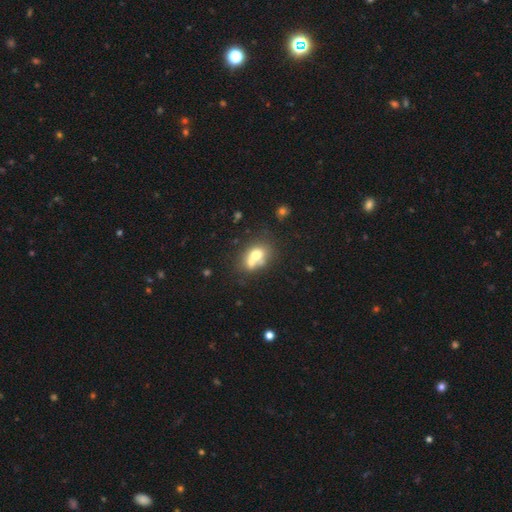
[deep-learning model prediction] smooth 65%, featured or disk 24%, star or artifact 12%. Down the decision tree: how rounded — in between (51%); merging — merger (55%).